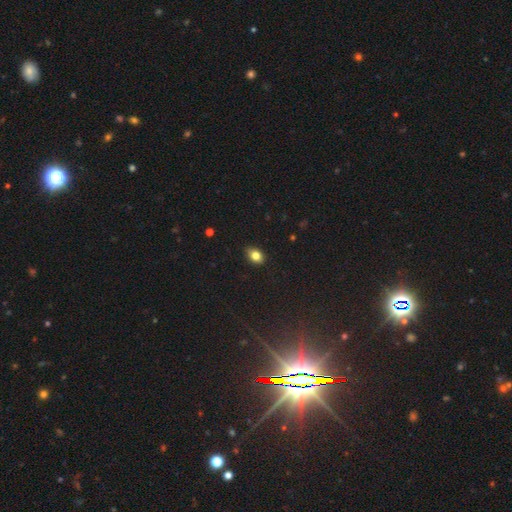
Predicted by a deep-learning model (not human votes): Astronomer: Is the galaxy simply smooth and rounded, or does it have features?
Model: smooth — 82%.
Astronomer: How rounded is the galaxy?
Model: in between — 75%.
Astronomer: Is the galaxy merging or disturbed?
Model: none — 85%.